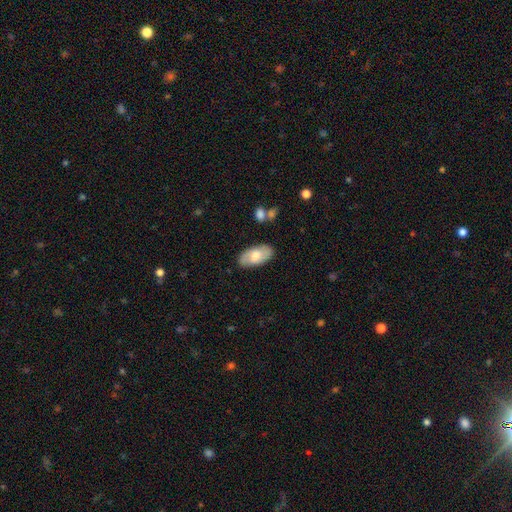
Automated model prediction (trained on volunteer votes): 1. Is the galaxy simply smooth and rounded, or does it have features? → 58% smooth, 36% featured or disk, 6% star or artifact.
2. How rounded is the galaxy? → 94% in between, 3% cigar-shaped, 3% round.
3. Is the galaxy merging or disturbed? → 84% none, 12% minor disturbance, 3% major disturbance, 2% merger.